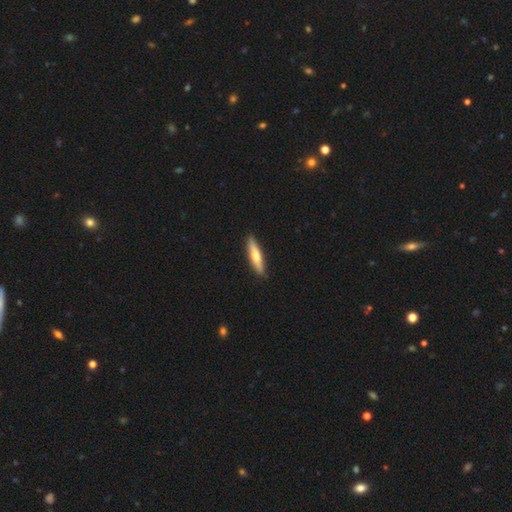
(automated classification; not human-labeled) smooth_or_featured: smooth (p=0.61) [alt: featured or disk p=0.33]
how_rounded: cigar-shaped (p=0.82) [alt: in between p=0.16]
merging: none (p=0.91) [alt: minor disturbance p=0.07]